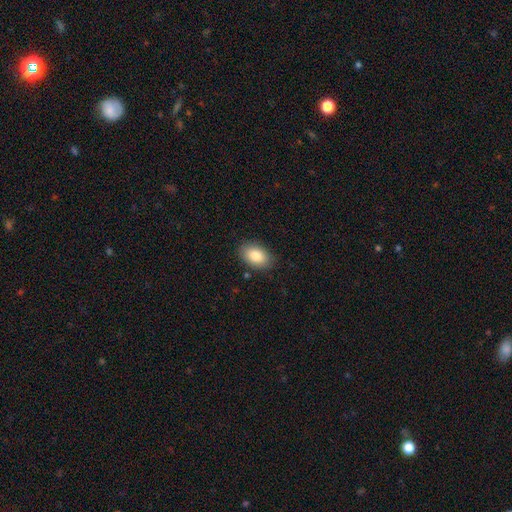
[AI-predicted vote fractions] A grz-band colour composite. It shows a smooth galaxy with no disk features (85%) that is in between round and cigar-shaped (89%). Merging: none (85%).